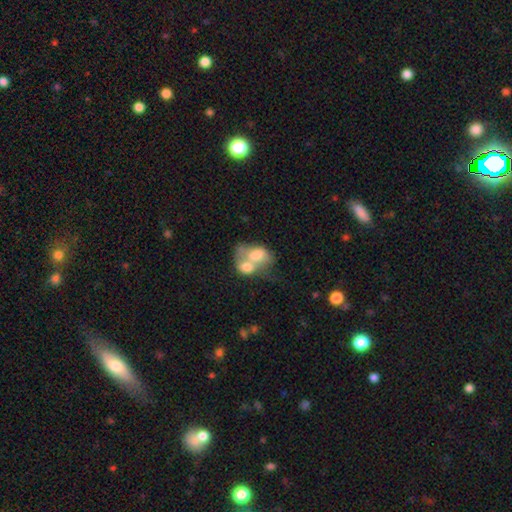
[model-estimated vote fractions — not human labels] A smooth galaxy with no disk features (62%) that is in between round and cigar-shaped (72%). Merging: merger (75%).